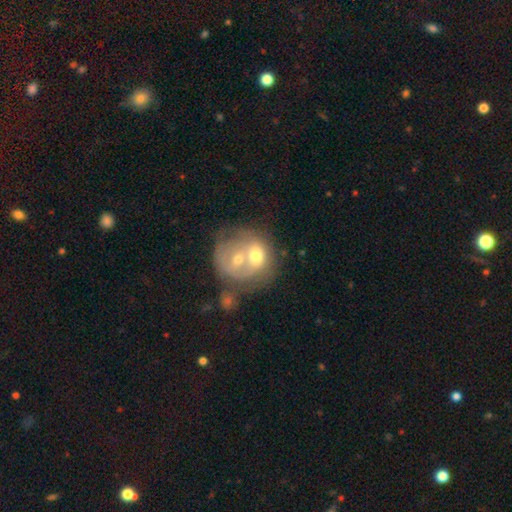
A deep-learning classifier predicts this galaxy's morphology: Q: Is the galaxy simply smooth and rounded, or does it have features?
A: smooth — 48%.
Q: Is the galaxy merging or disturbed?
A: merger — 71%.